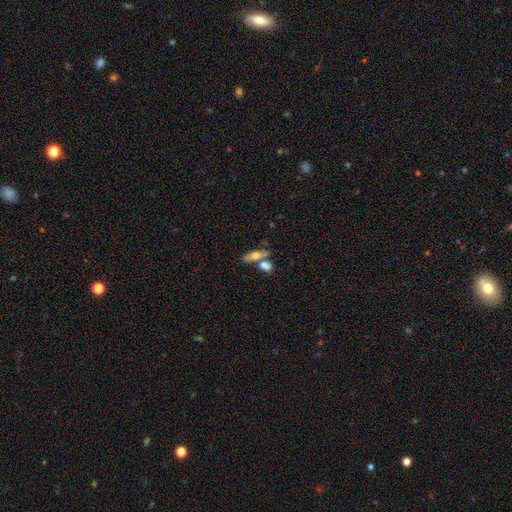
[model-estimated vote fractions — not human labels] A smooth galaxy with no disk features (55%) that is in between round and cigar-shaped (52%).

Vote fractions:
- Smooth or featured? smooth: 55% / featured or disk: 37% / star or artifact: 8%
- How rounded? in between: 52% / cigar-shaped: 42% / round: 6%
- Merging? none: 51% / merger: 34% / minor disturbance: 11% / major disturbance: 5%